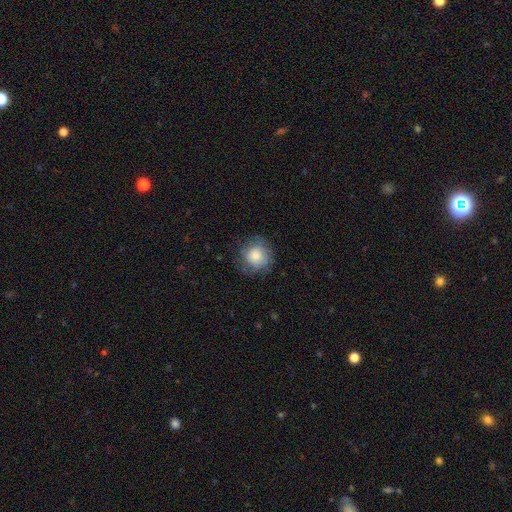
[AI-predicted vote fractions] smooth 77%, featured or disk 15%, star or artifact 8%. Down the decision tree: how rounded — round (90%); merging — none (73%).